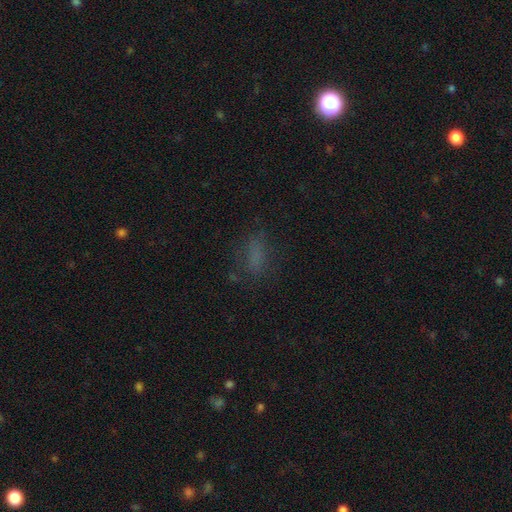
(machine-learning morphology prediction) A smooth galaxy with no disk features (64%) that is in between round and cigar-shaped (72%). Merging: none (64%).